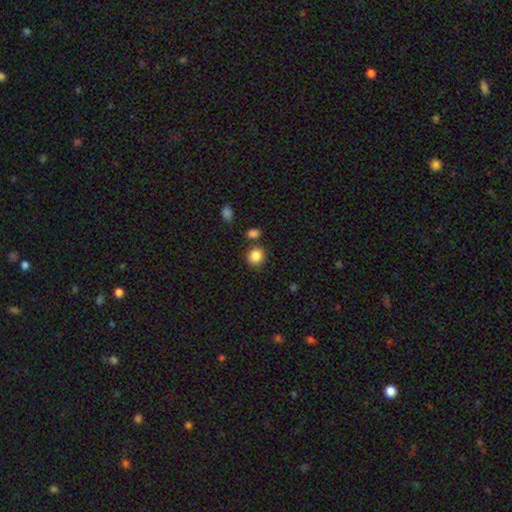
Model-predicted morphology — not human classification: This appears to be a smooth galaxy with no disk features (86%) that is round (73%). Merging: none (77%).